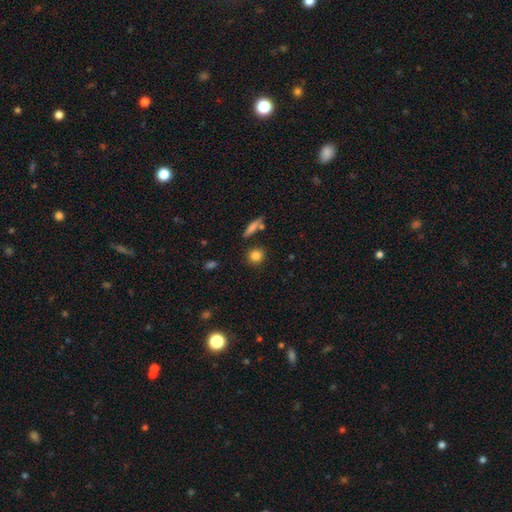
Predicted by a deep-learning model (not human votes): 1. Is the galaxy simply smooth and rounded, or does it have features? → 84% smooth, 10% star or artifact, 6% featured or disk.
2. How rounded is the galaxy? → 85% round, 13% in between, 3% cigar-shaped.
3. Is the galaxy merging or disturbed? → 84% none, 8% minor disturbance, 5% merger, 3% major disturbance.